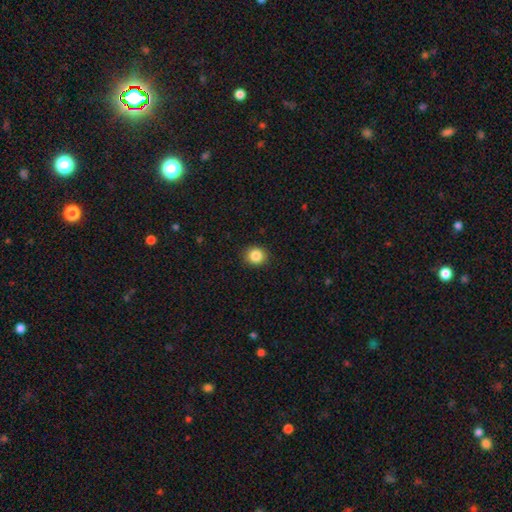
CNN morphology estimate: Smooth or featured? Predicted: smooth (p=0.86). How rounded? Predicted: round (p=0.85). Merging? Predicted: none (p=0.91).